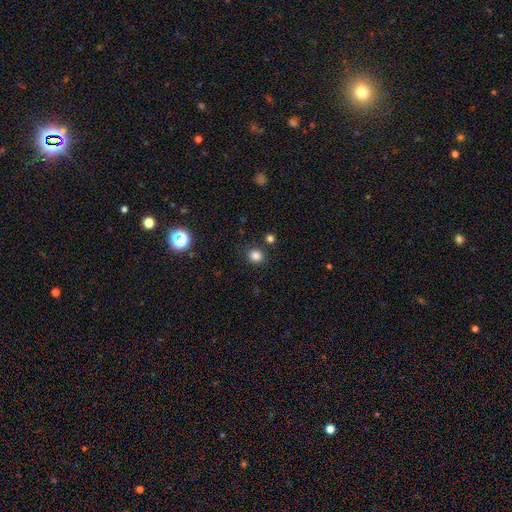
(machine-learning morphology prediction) The model was most divided on "how rounded": round: 82%, in between: 17%, cigar-shaped: 1%. More confident: merging — none (85%); smooth or featured — smooth (82%).